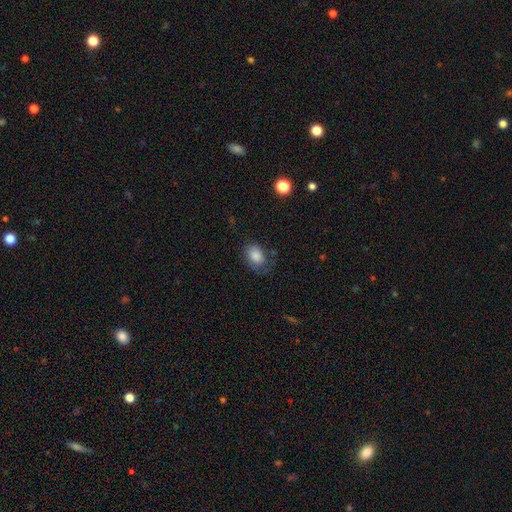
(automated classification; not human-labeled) smooth-or-featured: smooth: 82% | featured or disk: 9% | star or artifact: 9%
  how-rounded: in between: 74% | round: 25% | cigar-shaped: 1%
  merging: none: 58% | minor disturbance: 27% | major disturbance: 13% | merger: 2%